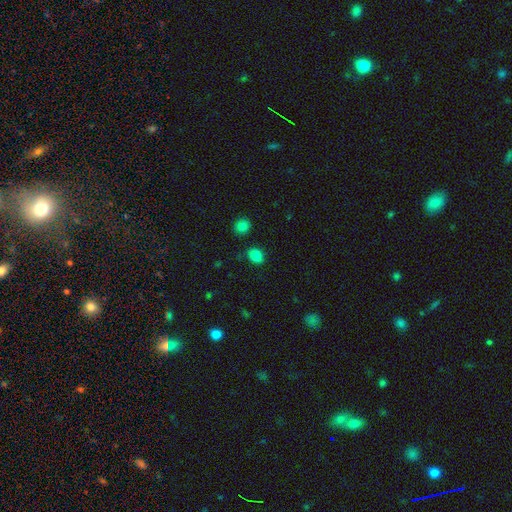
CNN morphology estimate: Overall: smooth (83%). How rounded: in between (66%; round 33%). Merging: none (76%).